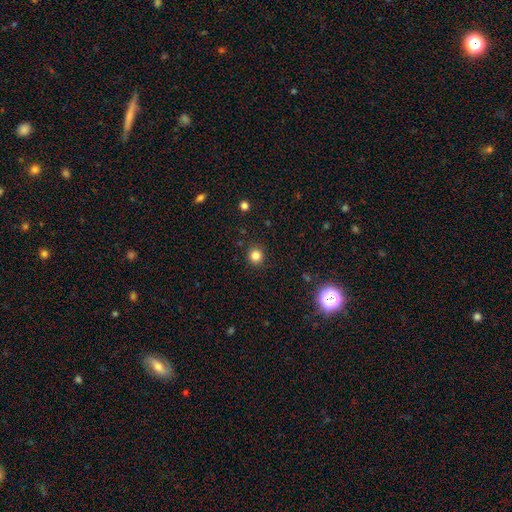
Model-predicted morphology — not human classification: smooth_or_featured: smooth (p=0.83) [alt: star or artifact p=0.13]
how_rounded: round (p=0.92) [alt: in between p=0.07]
merging: none (p=0.91) [alt: minor disturbance p=0.06]